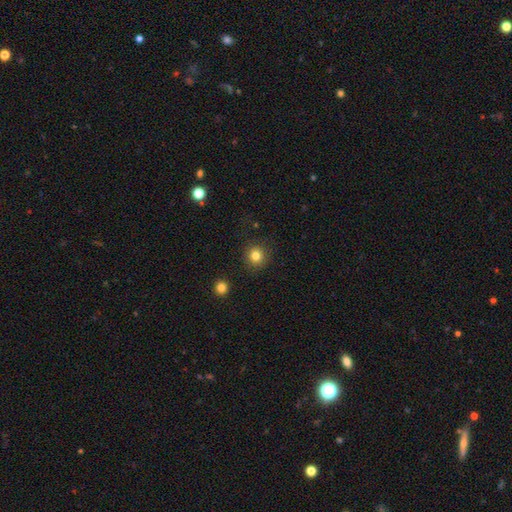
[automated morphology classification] A smooth galaxy with no disk features (82%) that is round (91%). Merging: none (89%).